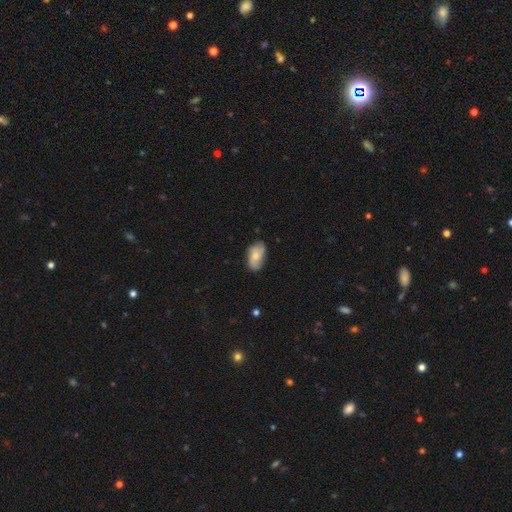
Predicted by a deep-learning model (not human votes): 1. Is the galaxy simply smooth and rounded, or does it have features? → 58% smooth, 35% featured or disk, 7% star or artifact.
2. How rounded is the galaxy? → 91% in between, 6% round, 3% cigar-shaped.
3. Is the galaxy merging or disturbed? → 68% none, 25% minor disturbance, 5% major disturbance, 1% merger.